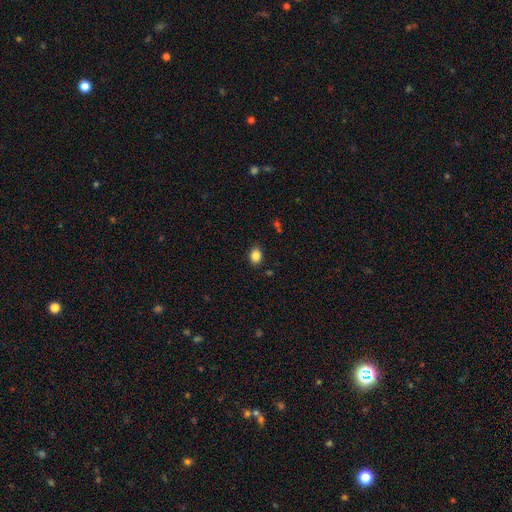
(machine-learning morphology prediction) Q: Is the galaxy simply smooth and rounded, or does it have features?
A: smooth — 86%.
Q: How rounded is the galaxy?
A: in between — 67%.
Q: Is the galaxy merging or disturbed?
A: none — 88%.